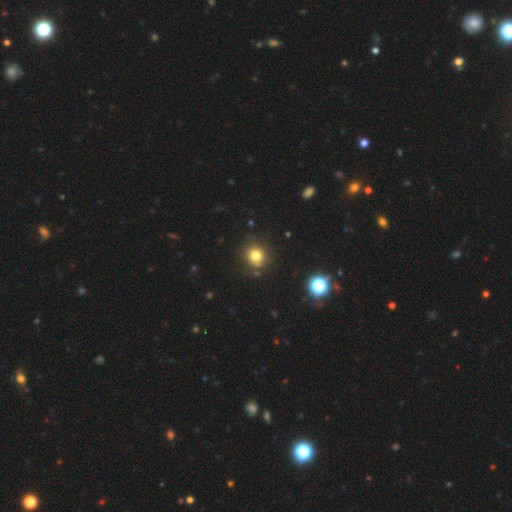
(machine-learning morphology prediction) type=smooth (77%); roundness=round (89%); merging=none (83%).